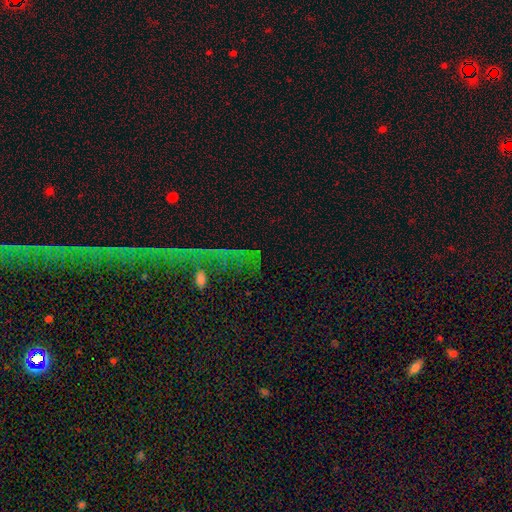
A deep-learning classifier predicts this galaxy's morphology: A star or artifact, not a galaxy (60%).